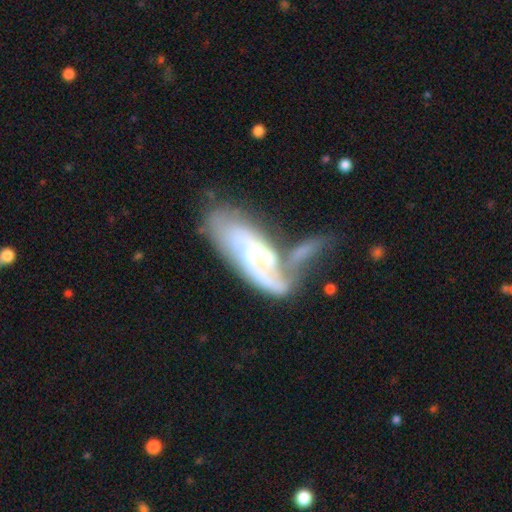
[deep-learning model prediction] This appears to be a featured or disk galaxy (74%) with no bar (55%), 2 (42%) medium (40%) spiral arms (81%) and a small central bulge (55%). Merging: merger (37%).